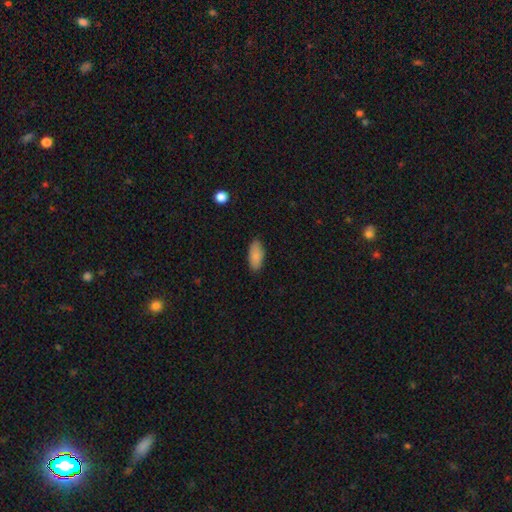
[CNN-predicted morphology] Smooth or featured?
  - smooth: 86% *
  - featured or disk: 8%
  - star or artifact: 7%
How rounded?
  - in between: 89% *
  - cigar-shaped: 9%
  - round: 2%
Merging?
  - none: 86% *
  - minor disturbance: 11%
  - major disturbance: 2%
  - merger: 1%